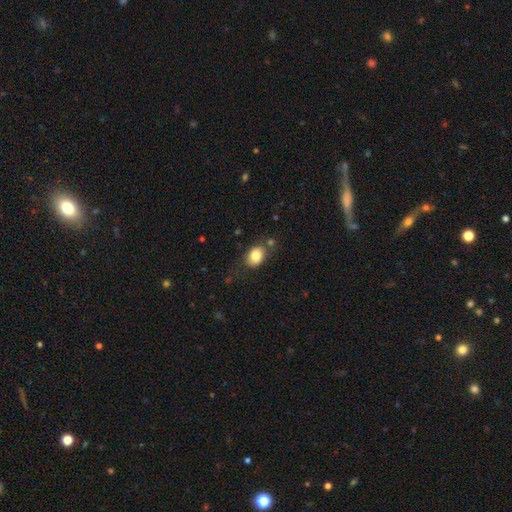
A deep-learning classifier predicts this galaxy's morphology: This is clearly a smooth galaxy (82%). How rounded: likely in between (72%). Merging: likely none (71%).